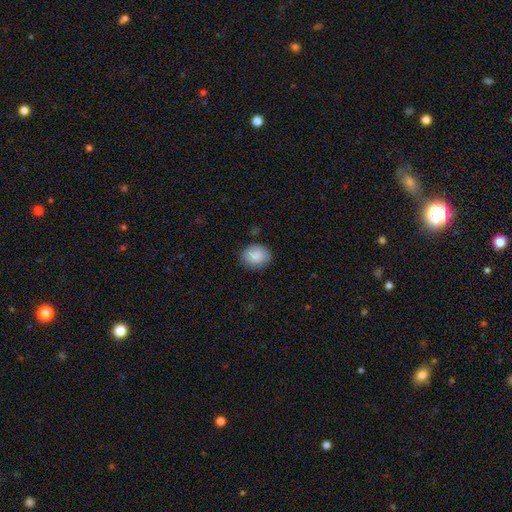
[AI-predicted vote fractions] This is clearly a smooth galaxy (87%). How rounded: possibly in between (53%). Merging: clearly none (81%).